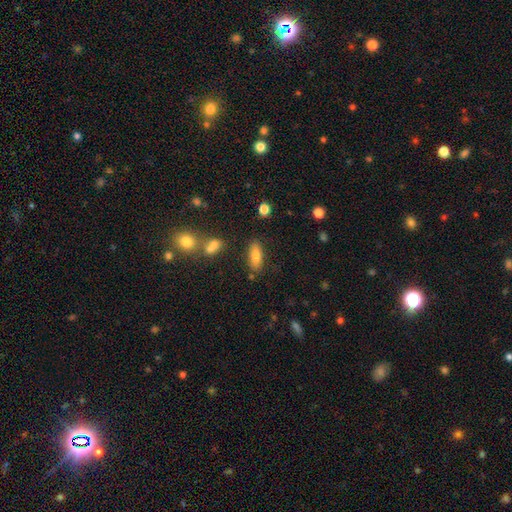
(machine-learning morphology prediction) Q: Smooth or featured?
A: smooth (78%); runner-up: featured or disk (13%)
Q: How rounded?
A: in between (74%); runner-up: cigar-shaped (23%)
Q: Merging?
A: none (80%); runner-up: minor disturbance (11%)